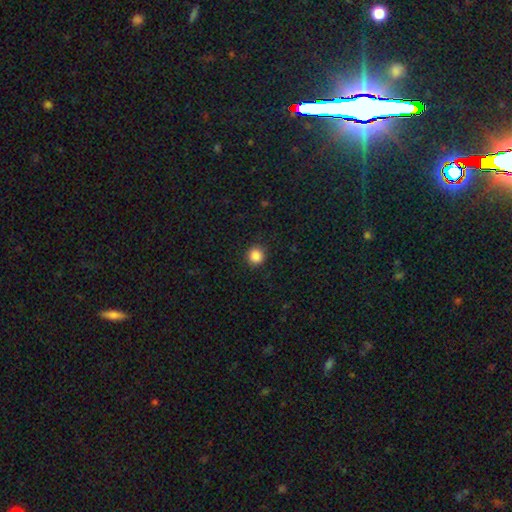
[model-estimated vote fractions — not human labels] Smooth or featured? smooth (86%)
How rounded? round (93%)
Merging? none (91%)